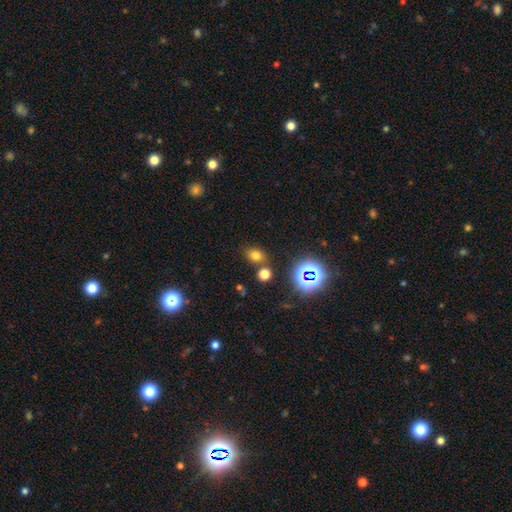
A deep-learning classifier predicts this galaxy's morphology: A smooth galaxy with no disk features (69%) that is in between round and cigar-shaped (58%). Merging: none (73%).